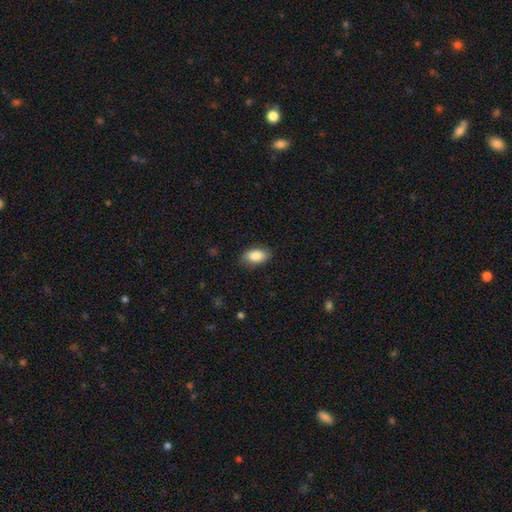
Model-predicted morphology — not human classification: Overall: smooth (87%). How rounded: in between (92%). Merging: none (84%).